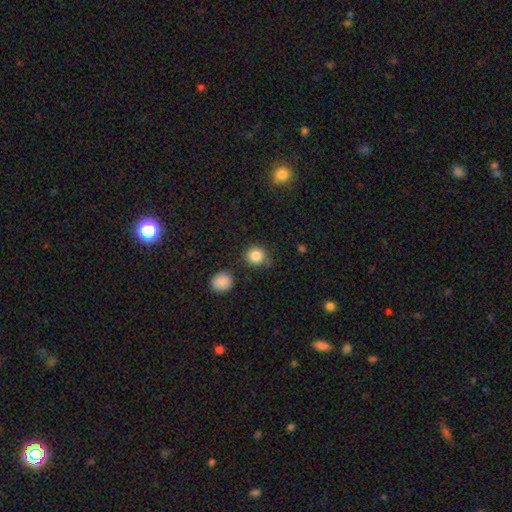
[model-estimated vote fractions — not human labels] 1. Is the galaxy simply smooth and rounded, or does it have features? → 84% smooth, 11% star or artifact, 6% featured or disk.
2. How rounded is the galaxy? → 87% round, 12% in between, 1% cigar-shaped.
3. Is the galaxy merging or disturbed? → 73% none, 18% minor disturbance, 4% major disturbance, 4% merger.